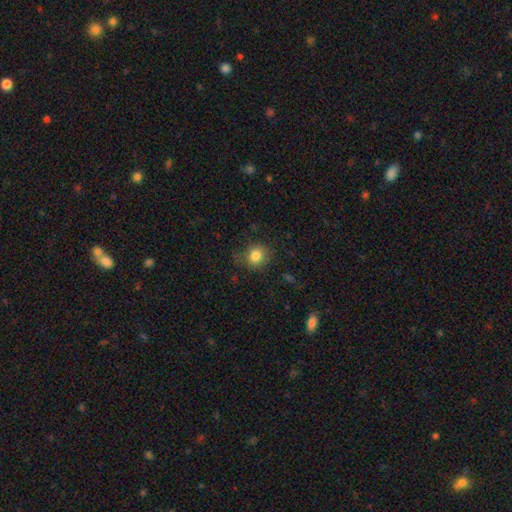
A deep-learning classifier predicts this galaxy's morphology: Smooth or featured: smooth — 84% (star or artifact — 11%)
How rounded: round — 84% (in between — 15%)
Merging: none — 80% (minor disturbance — 14%)